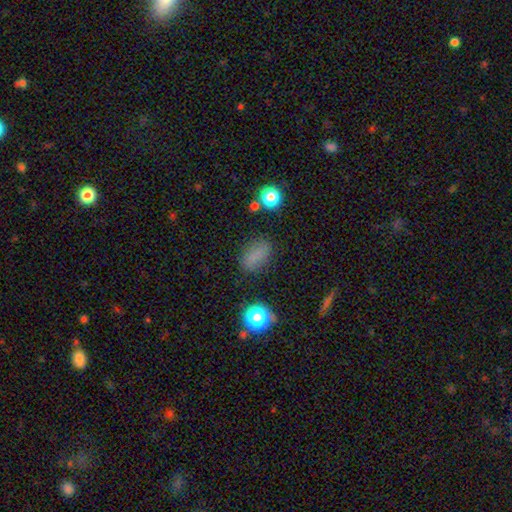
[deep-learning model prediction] This appears to be a smooth galaxy with no disk features (78%) that is in between round and cigar-shaped (81%). Merging: none (81%).